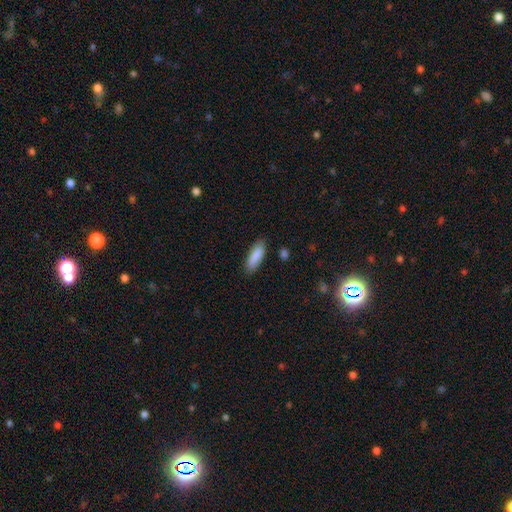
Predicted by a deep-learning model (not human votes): Smooth or featured? smooth (88%)
How rounded? in between (59%)
Merging? none (84%)